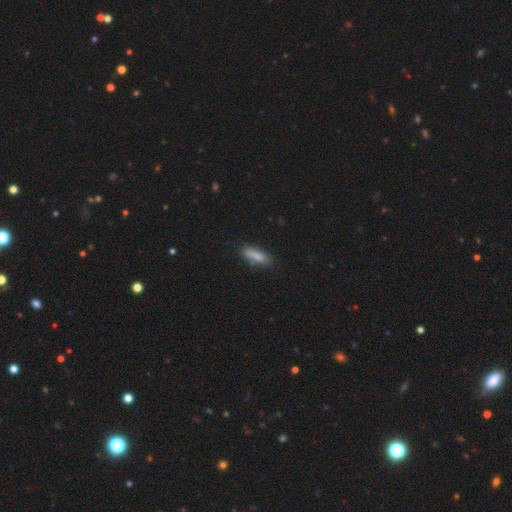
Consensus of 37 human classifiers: Smooth or featured?
  - smooth: 92% *
  - star or artifact: 5%
  - featured or disk: 3%
How rounded?
  - in between: 71% *
  - cigar-shaped: 29%
  - round: 0%
Merging?
  - none: 83% *
  - minor disturbance: 14%
  - merger: 3%
  - major disturbance: 0%